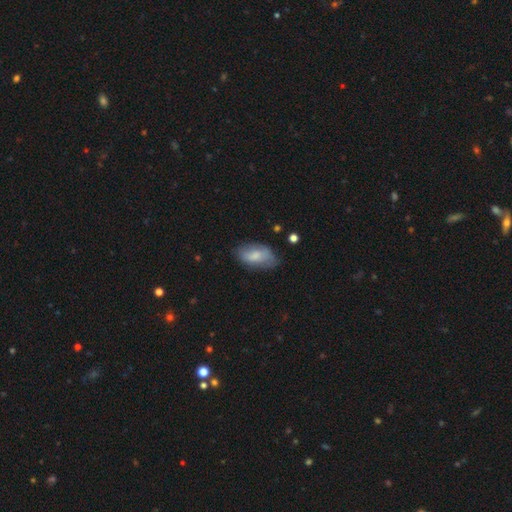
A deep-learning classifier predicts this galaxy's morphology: A smooth galaxy with no disk features (72%) that is in between round and cigar-shaped (93%).

Vote fractions:
- Smooth or featured? smooth: 72% / featured or disk: 22% / star or artifact: 7%
- How rounded? in between: 93% / round: 4% / cigar-shaped: 3%
- Merging? none: 63% / minor disturbance: 28% / major disturbance: 8% / merger: 2%